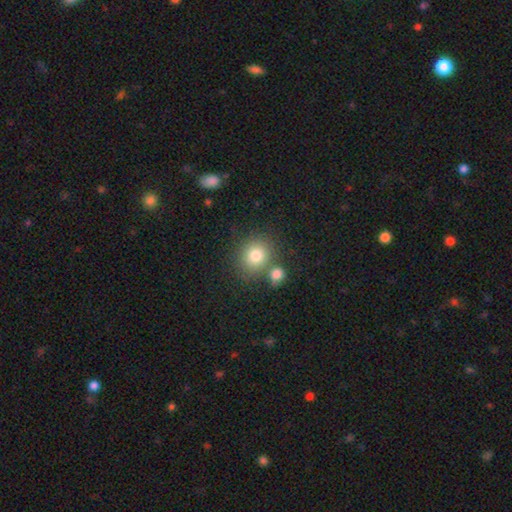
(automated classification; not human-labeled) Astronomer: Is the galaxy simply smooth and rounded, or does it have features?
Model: smooth — 80%.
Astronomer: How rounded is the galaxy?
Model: round — 78%.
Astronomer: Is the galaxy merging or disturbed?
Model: none — 63%.